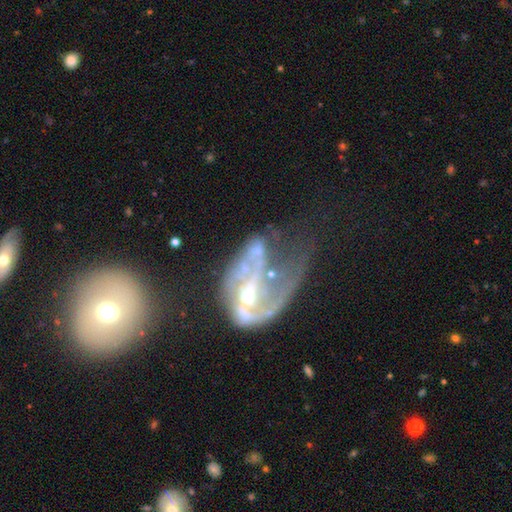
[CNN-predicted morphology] featured or disk 72%, smooth 16%, star or artifact 12%. Down the decision tree: edge-on disk — no (96%); bar — no (64%); spiral arms — yes (50%, tied with no); bulge size — moderate (40%); merging — major disturbance (49%).